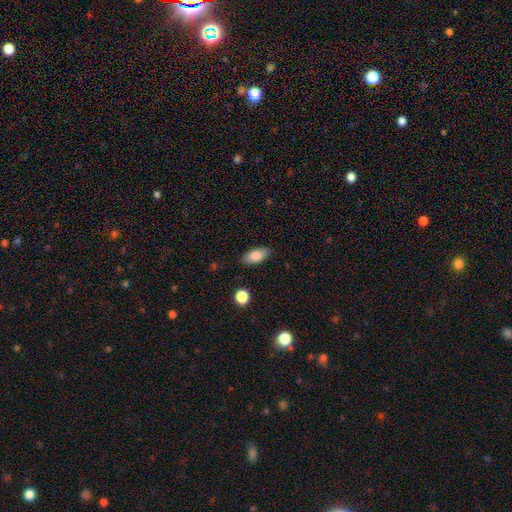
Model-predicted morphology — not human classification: smooth_or_featured: smooth (p=0.80) [alt: featured or disk p=0.13]
how_rounded: in between (p=0.89) [alt: cigar-shaped p=0.07]
merging: none (p=0.86) [alt: minor disturbance p=0.10]